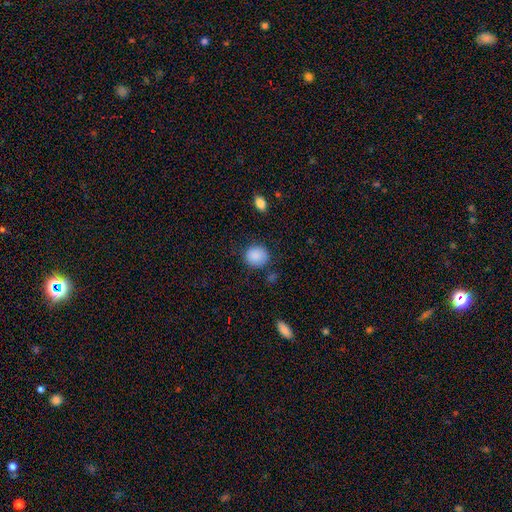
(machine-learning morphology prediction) A smooth galaxy with no disk features (88%) that is round (82%).

Vote fractions:
- Smooth or featured? smooth: 88% / star or artifact: 8% / featured or disk: 3%
- How rounded? round: 82% / in between: 17% / cigar-shaped: 1%
- Merging? none: 82% / minor disturbance: 12% / major disturbance: 4% / merger: 3%